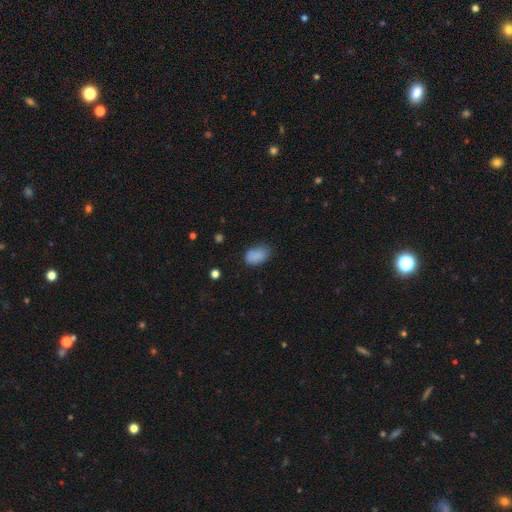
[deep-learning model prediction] Smooth or featured: smooth — 86% (star or artifact — 9%)
How rounded: in between — 89% (round — 9%)
Merging: none — 68% (minor disturbance — 24%)